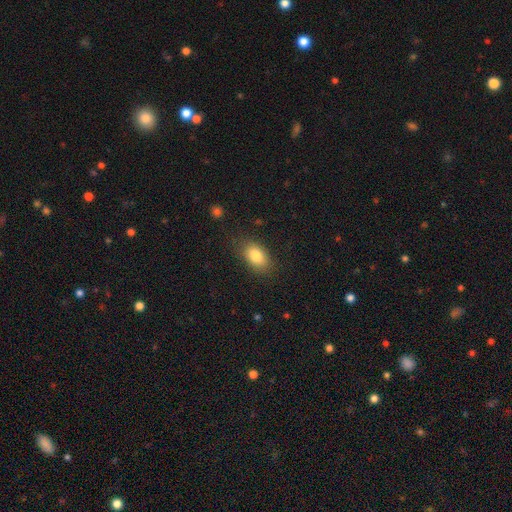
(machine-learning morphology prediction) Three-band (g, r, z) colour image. It shows a smooth galaxy with no disk features (82%) that is in between round and cigar-shaped (88%). Merging: none (82%).